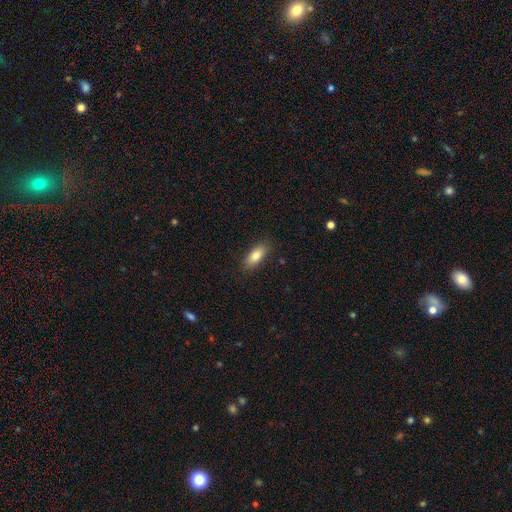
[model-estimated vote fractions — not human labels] Overall: smooth (80%). How rounded: in between (80%). Merging: none (86%).